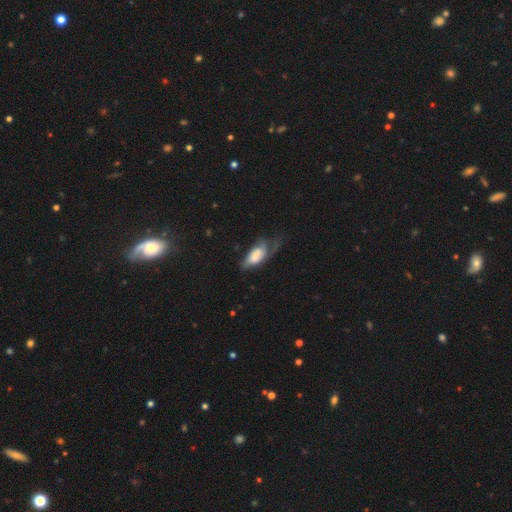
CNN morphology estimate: This is possibly a smooth galaxy (52%). How rounded: clearly in between (87%). Merging: marginally major disturbance (44%).